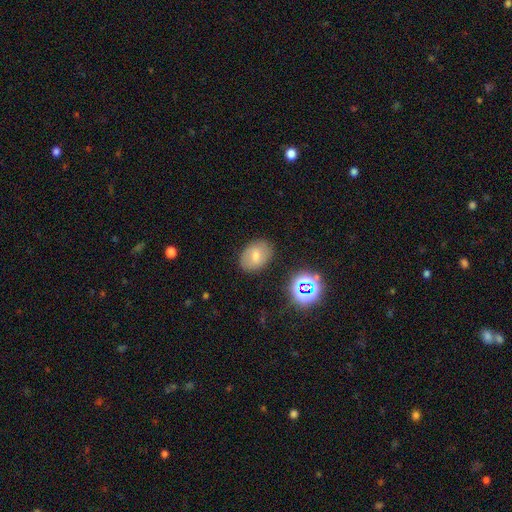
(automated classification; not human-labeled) Smooth or featured? smooth (61%)
How rounded? in between (70%)
Merging? none (84%)